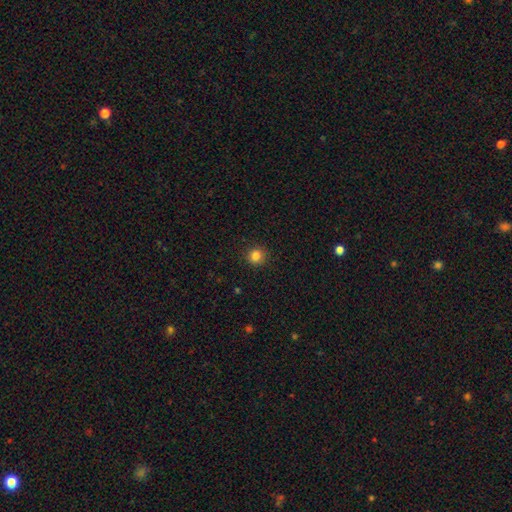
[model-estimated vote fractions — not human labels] This is clearly a smooth galaxy (84%). How rounded: clearly round (92%). Merging: clearly none (91%).